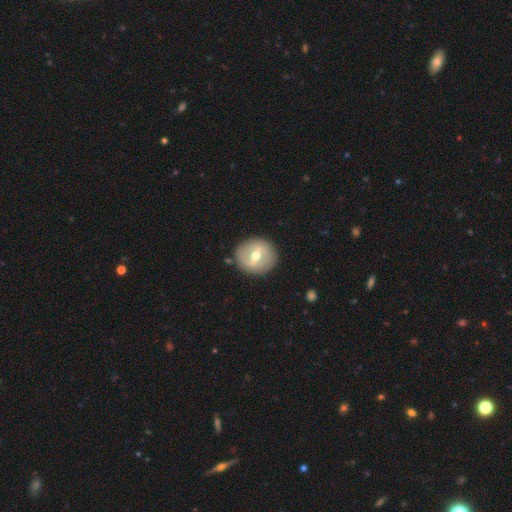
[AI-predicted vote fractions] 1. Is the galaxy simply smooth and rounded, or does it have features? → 59% featured or disk, 34% smooth, 6% star or artifact.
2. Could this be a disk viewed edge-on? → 91% no, 9% yes.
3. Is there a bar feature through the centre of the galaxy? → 49% strong, 40% weak, 11% no.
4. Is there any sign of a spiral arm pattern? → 73% no, 27% yes.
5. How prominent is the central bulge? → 72% moderate, 22% small, 5% large, 1% dominant, 1% none.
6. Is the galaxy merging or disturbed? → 87% none, 8% minor disturbance, 3% major disturbance, 2% merger.